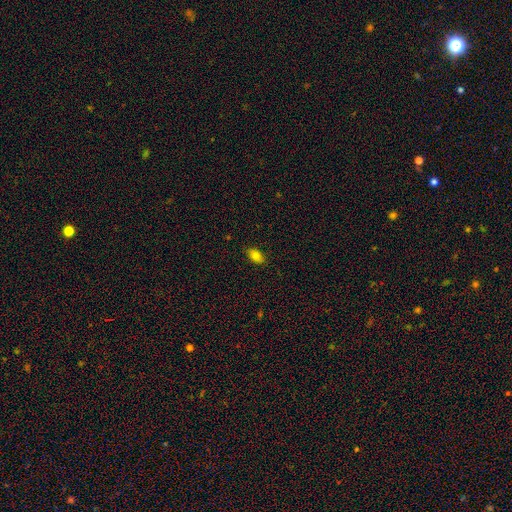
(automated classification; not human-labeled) smooth_or_featured: smooth (p=0.80) [alt: star or artifact p=0.10]
how_rounded: in between (p=0.89) [alt: round p=0.09]
merging: none (p=0.84) [alt: minor disturbance p=0.12]